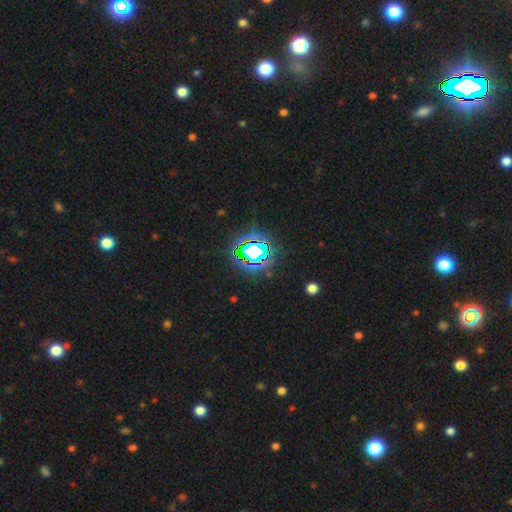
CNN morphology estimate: Smooth or featured? star or artifact (80%)